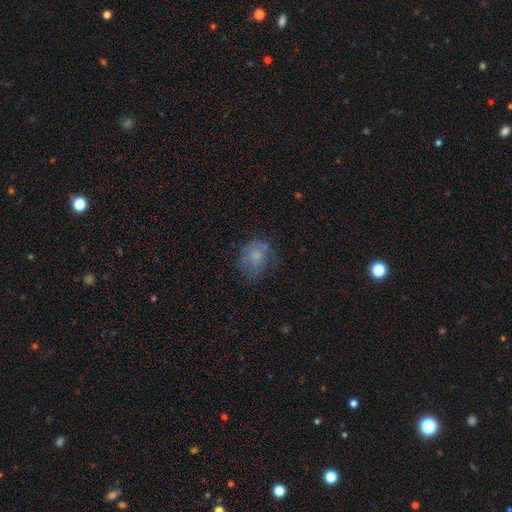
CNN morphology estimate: A smooth galaxy with no disk features (59%) that is round (63%).

Vote fractions:
- Smooth or featured? smooth: 59% / featured or disk: 29% / star or artifact: 12%
- How rounded? round: 63% / in between: 36% / cigar-shaped: 1%
- Merging? none: 55% / minor disturbance: 25% / major disturbance: 18% / merger: 2%